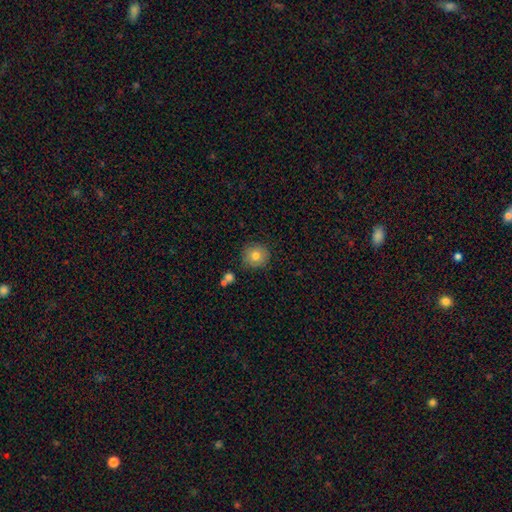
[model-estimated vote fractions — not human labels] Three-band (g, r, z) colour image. It shows a smooth galaxy with no disk features (79%) that is round (93%). Merging: none (85%).